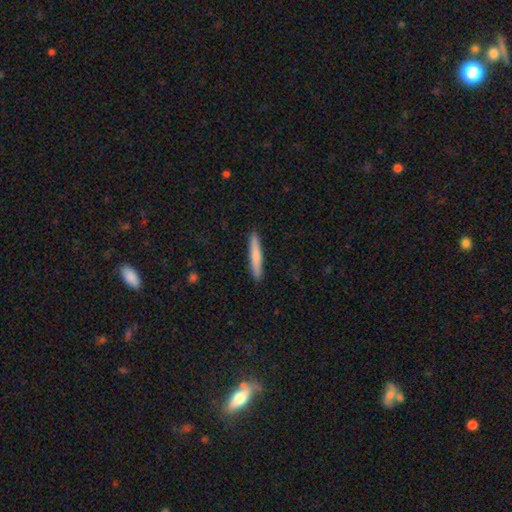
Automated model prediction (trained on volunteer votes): Smooth or featured?
  - smooth: 74% *
  - featured or disk: 21%
  - star or artifact: 5%
How rounded?
  - cigar-shaped: 95% *
  - in between: 4%
  - round: 1%
Merging?
  - none: 92% *
  - minor disturbance: 6%
  - major disturbance: 1%
  - merger: 1%